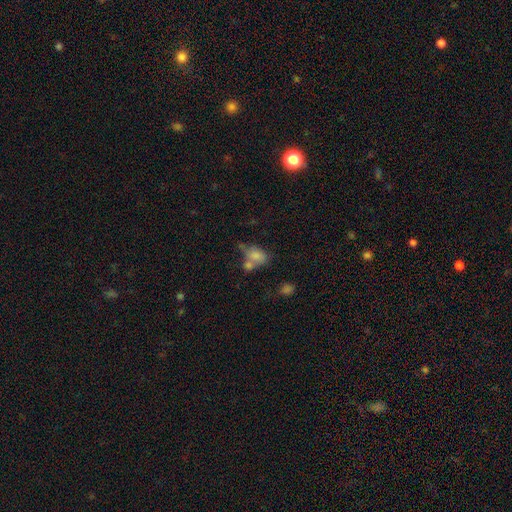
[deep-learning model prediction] Smooth or featured?
  - smooth: 74% *
  - featured or disk: 15%
  - star or artifact: 11%
How rounded?
  - in between: 81% *
  - round: 17%
  - cigar-shaped: 2%
Merging?
  - merger: 45% *
  - none: 27%
  - minor disturbance: 16%
  - major disturbance: 11%